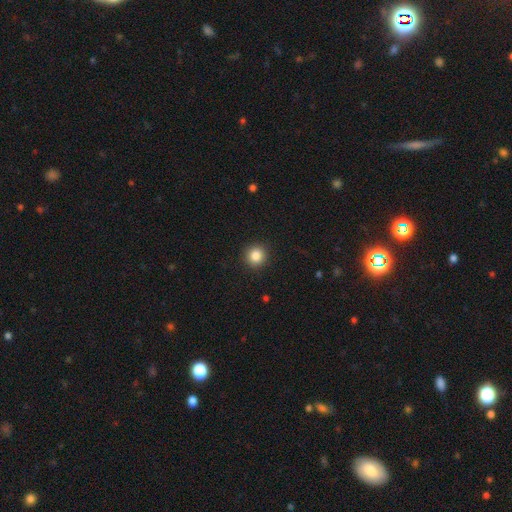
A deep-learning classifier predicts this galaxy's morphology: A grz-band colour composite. It shows a smooth galaxy with no disk features (85%) that is round (94%). Merging: none (92%).